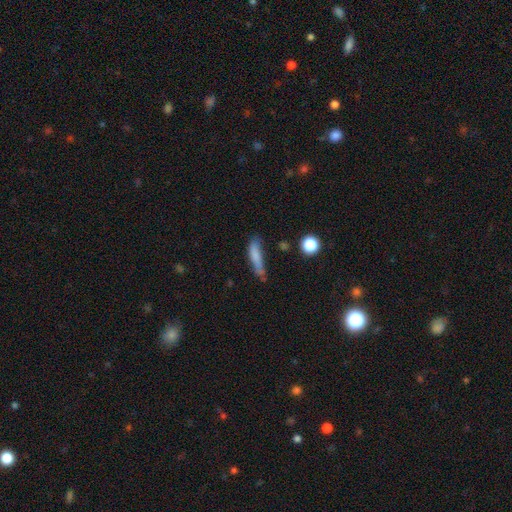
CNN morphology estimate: This appears to be a smooth galaxy with no disk features (76%) that is cigar-shaped (78%). Merging: none (51%).